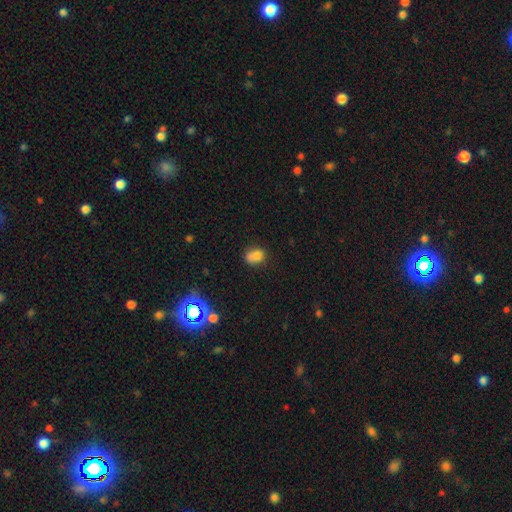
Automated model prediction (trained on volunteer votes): The model was most divided on "how rounded": in between: 59%, round: 40%, cigar-shaped: 1%. More confident: smooth or featured — smooth (77%); merging — none (54%).